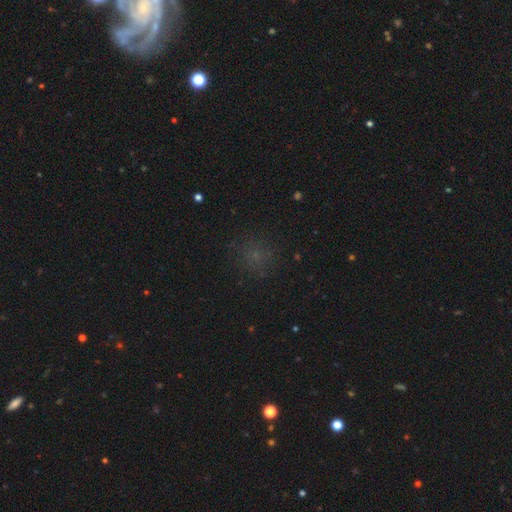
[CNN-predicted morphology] Smooth or featured: smooth — 58% (star or artifact — 33%)
How rounded: round — 88% (in between — 11%)
Merging: none — 82% (minor disturbance — 11%)